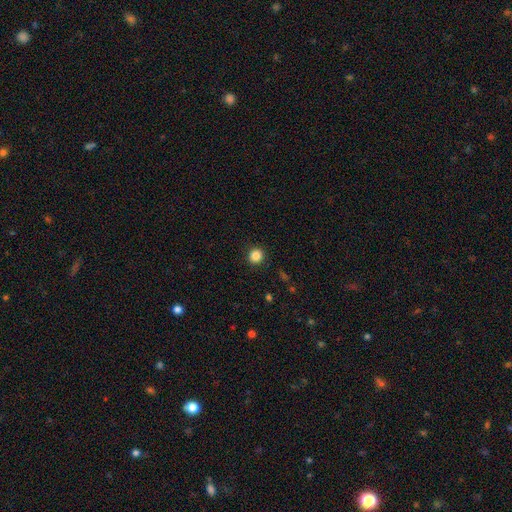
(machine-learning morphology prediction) The model was most divided on "smooth or featured": smooth: 86%, star or artifact: 11%, featured or disk: 3%. More confident: merging — none (92%); how rounded — round (92%).